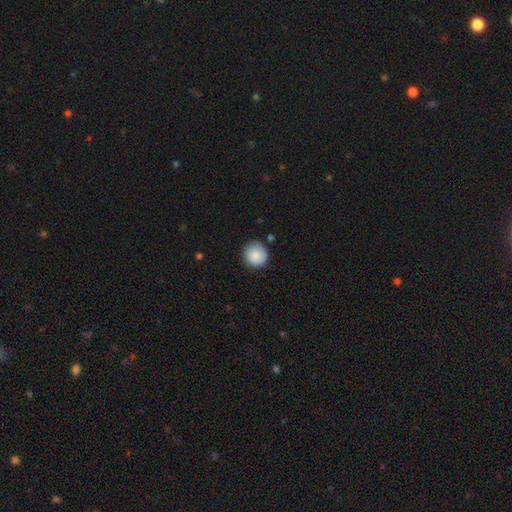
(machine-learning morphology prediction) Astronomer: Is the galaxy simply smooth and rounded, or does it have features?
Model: smooth — 87%.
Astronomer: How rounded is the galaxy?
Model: round — 94%.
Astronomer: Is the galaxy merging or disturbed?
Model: none — 85%.